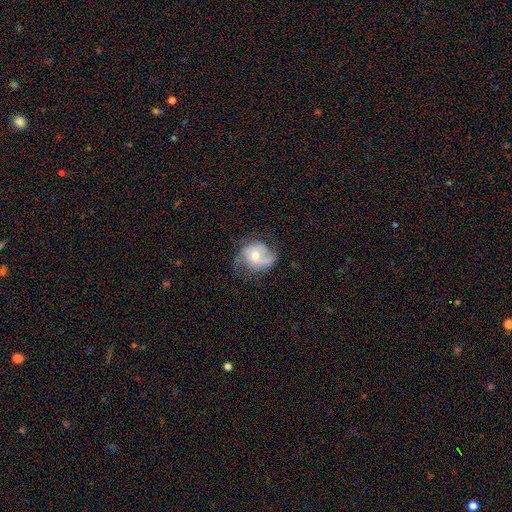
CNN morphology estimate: featured or disk 63%, smooth 30%, star or artifact 7%. Down the decision tree: edge-on disk — no (97%); bar — no (64%); spiral arms — yes (86%); spiral arm count — 2 (58%); spiral winding — medium (41%); bulge size — moderate (58%); merging — none (53%).